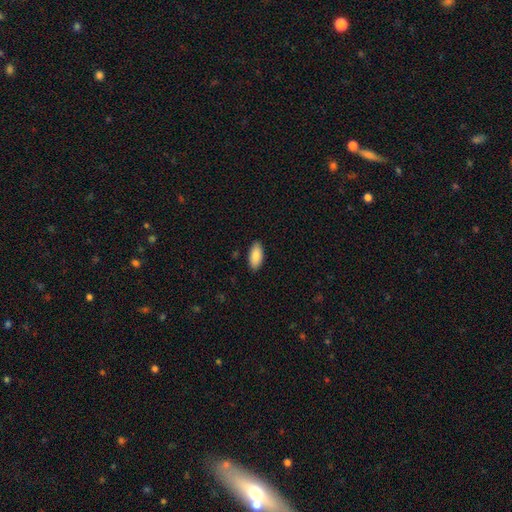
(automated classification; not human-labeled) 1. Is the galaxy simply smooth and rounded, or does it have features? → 88% smooth, 6% featured or disk, 6% star or artifact.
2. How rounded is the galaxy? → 90% in between, 8% cigar-shaped, 2% round.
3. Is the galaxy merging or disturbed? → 89% none, 9% minor disturbance, 2% major disturbance, 1% merger.